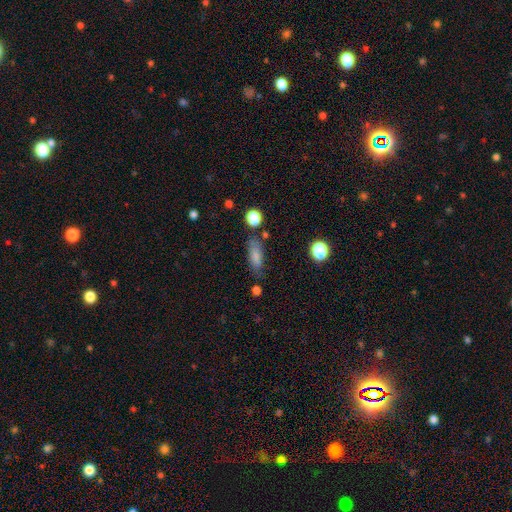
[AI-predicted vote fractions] Smooth or featured?
  - smooth: 79% *
  - featured or disk: 11%
  - star or artifact: 10%
How rounded?
  - in between: 65% *
  - cigar-shaped: 30%
  - round: 4%
Merging?
  - none: 71% *
  - minor disturbance: 19%
  - major disturbance: 6%
  - merger: 5%